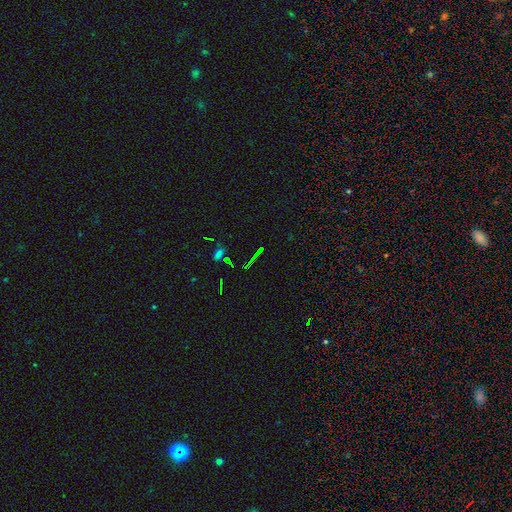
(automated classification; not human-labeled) Q: Smooth or featured?
A: star or artifact (68%); runner-up: smooth (16%)